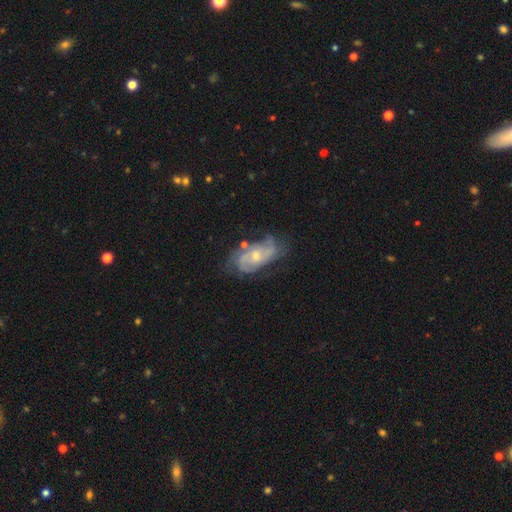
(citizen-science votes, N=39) This appears to be a featured or disk galaxy (77%) with no bar (66%), tight (46%) spiral arms (97%) and a moderate central bulge (69%). Merging: none (57%).